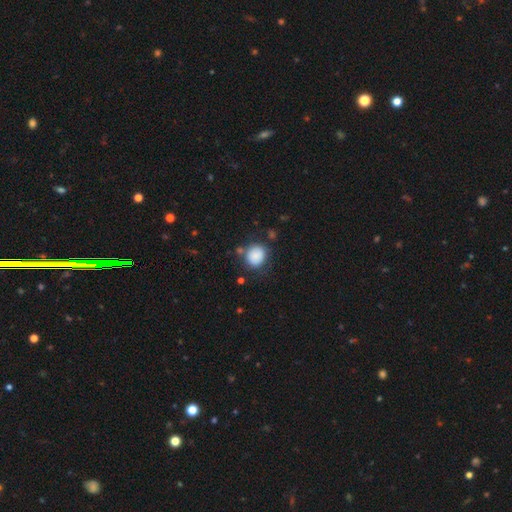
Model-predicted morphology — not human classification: smooth 86%, star or artifact 8%, featured or disk 5%. Down the decision tree: how rounded — round (79%); merging — none (72%).